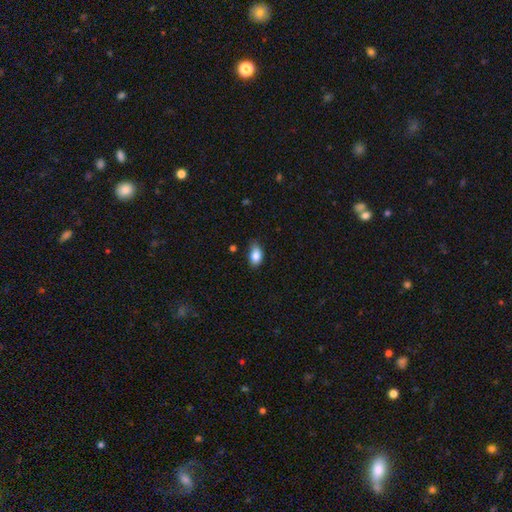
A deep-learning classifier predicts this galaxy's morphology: Q: Smooth or featured?
A: smooth (85%); runner-up: star or artifact (8%)
Q: How rounded?
A: in between (88%); runner-up: round (10%)
Q: Merging?
A: none (65%); runner-up: minor disturbance (29%)